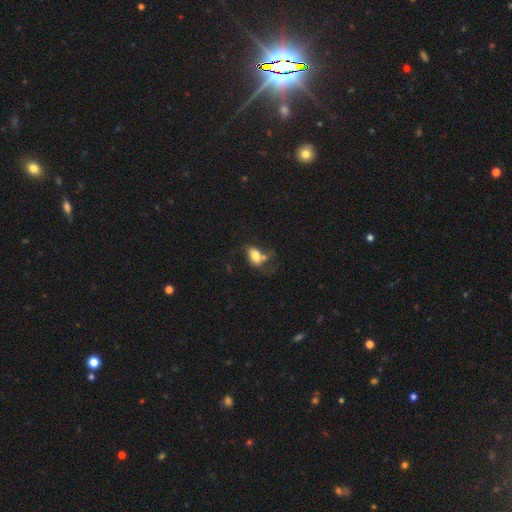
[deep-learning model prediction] smooth 71%, featured or disk 20%, star or artifact 10%. Down the decision tree: how rounded — in between (85%); merging — none (30%).